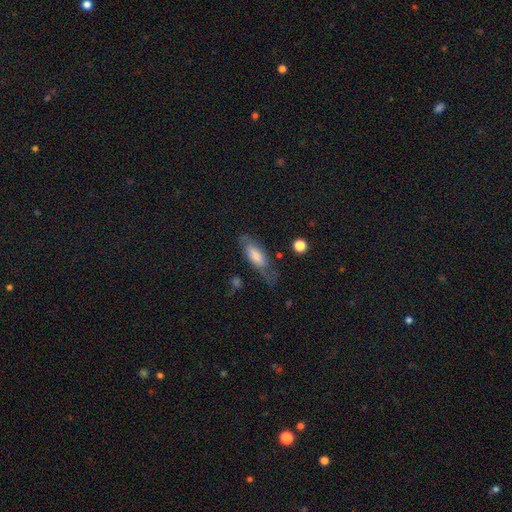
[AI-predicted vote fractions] The model was most divided on "smooth or featured": smooth: 51%, featured or disk: 41%, star or artifact: 8%. More confident: how rounded — in between (64%); merging — none (62%).